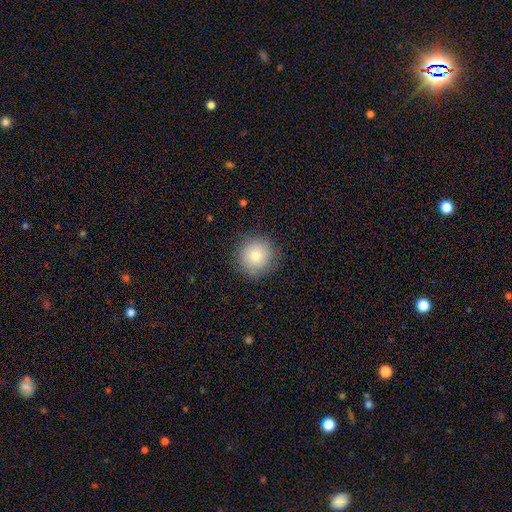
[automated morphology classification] smooth_or_featured: smooth (p=0.80) [alt: featured or disk p=0.10]
how_rounded: round (p=0.95) [alt: in between p=0.04]
merging: none (p=0.87) [alt: minor disturbance p=0.09]